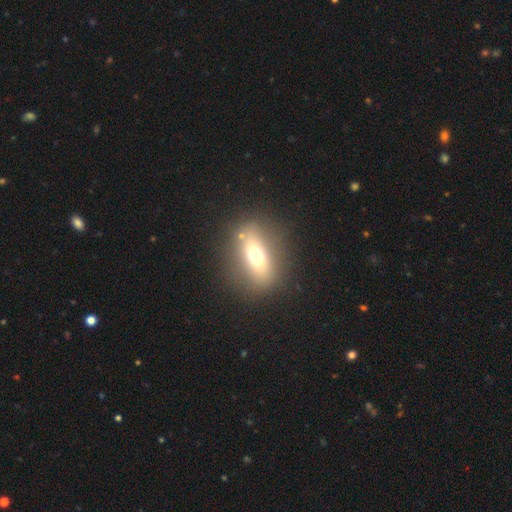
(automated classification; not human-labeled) Smooth or featured? smooth (58%)
How rounded? in between (67%)
Merging? none (82%)